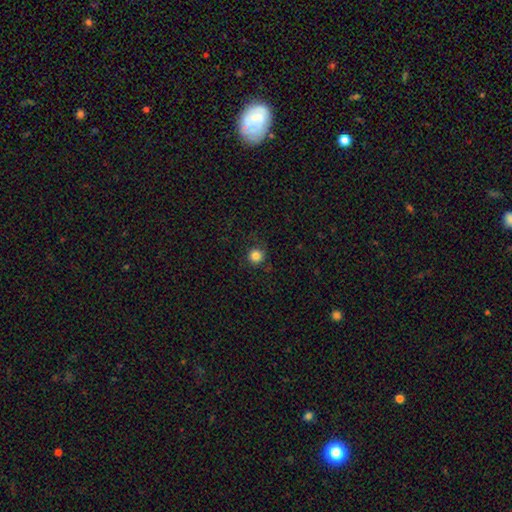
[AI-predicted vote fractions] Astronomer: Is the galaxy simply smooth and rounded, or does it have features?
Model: smooth — 84%.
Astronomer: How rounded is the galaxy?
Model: round — 95%.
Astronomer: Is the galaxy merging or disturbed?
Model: none — 87%.